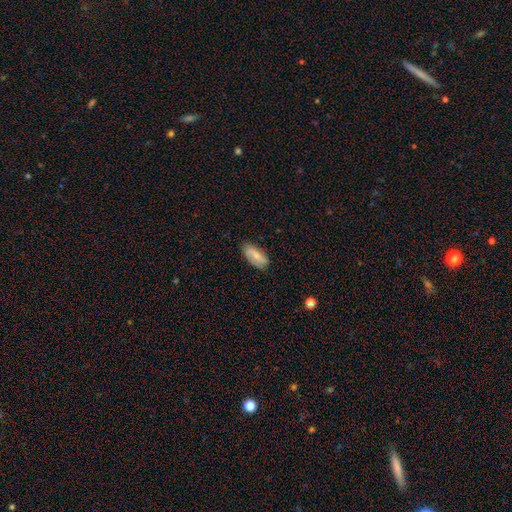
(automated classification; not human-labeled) smooth-or-featured: smooth: 57% | featured or disk: 36% | star or artifact: 7%
  how-rounded: in between: 86% | cigar-shaped: 11% | round: 3%
  merging: none: 80% | minor disturbance: 16% | major disturbance: 3% | merger: 1%